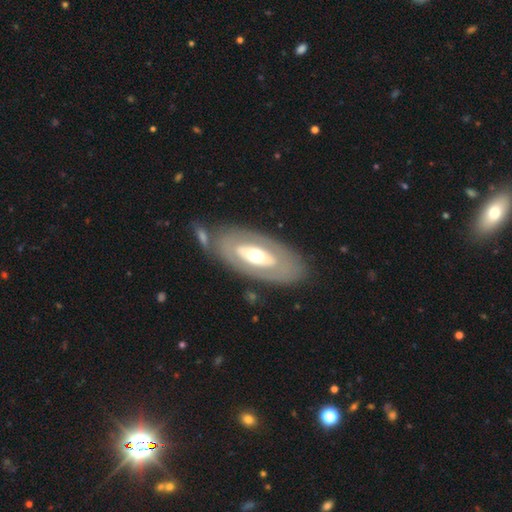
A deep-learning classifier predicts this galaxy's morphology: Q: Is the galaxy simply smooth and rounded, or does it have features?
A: featured or disk — 58%.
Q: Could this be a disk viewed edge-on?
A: no — 86%.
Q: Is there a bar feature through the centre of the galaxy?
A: no — 81%.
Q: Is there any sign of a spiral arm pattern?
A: no — 90%.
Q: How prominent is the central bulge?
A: moderate — 63%.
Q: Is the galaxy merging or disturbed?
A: none — 79%.